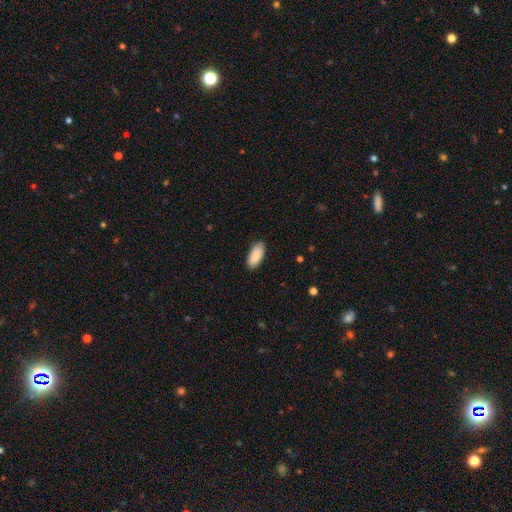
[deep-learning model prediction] Q: Smooth or featured?
A: smooth (88%); runner-up: star or artifact (6%)
Q: How rounded?
A: in between (90%); runner-up: cigar-shaped (9%)
Q: Merging?
A: none (85%); runner-up: minor disturbance (12%)